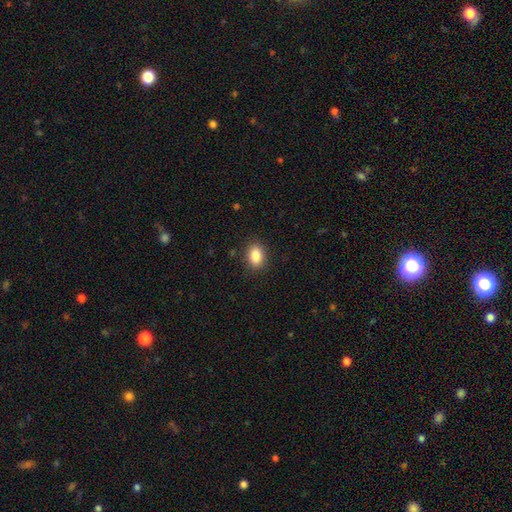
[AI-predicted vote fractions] smooth_or_featured: smooth (p=0.86) [alt: star or artifact p=0.09]
how_rounded: in between (p=0.80) [alt: round p=0.19]
merging: none (p=0.88) [alt: minor disturbance p=0.09]